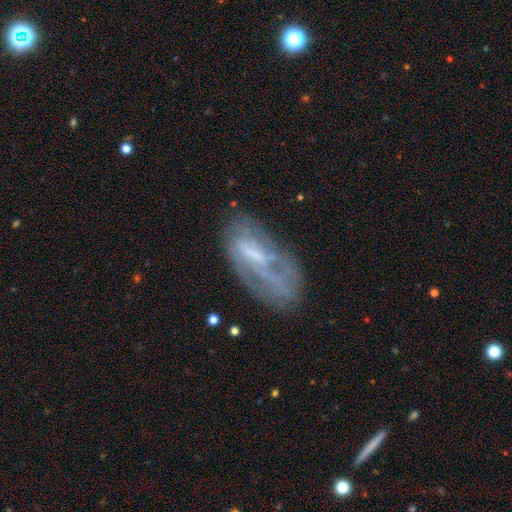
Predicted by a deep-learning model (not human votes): featured or disk 58%, smooth 32%, star or artifact 10%. Down the decision tree: edge-on disk — no (89%); bar — no (40%); spiral arms — no (55%); bulge size — none (34%, tied with small); merging — none (48%).